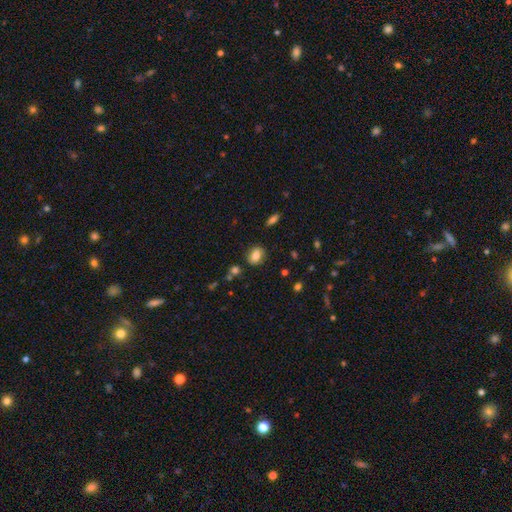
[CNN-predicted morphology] A smooth galaxy with no disk features (78%) that is in between round and cigar-shaped (58%).

Vote fractions:
- Smooth or featured? smooth: 78% / featured or disk: 12% / star or artifact: 10%
- How rounded? in between: 58% / round: 41% / cigar-shaped: 2%
- Merging? none: 81% / minor disturbance: 12% / merger: 4% / major disturbance: 3%